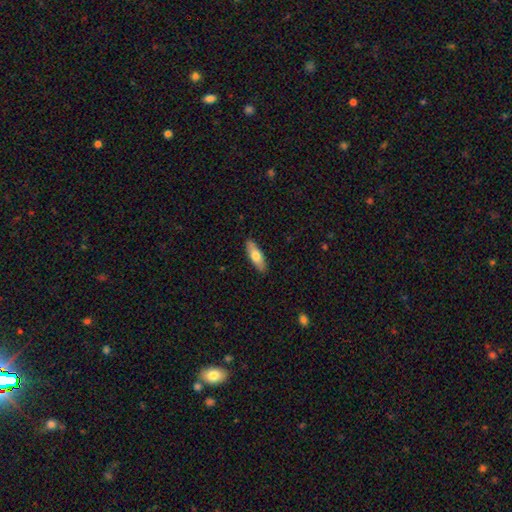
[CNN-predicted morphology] type=smooth (70%); roundness=in between (59%); merging=none (89%).